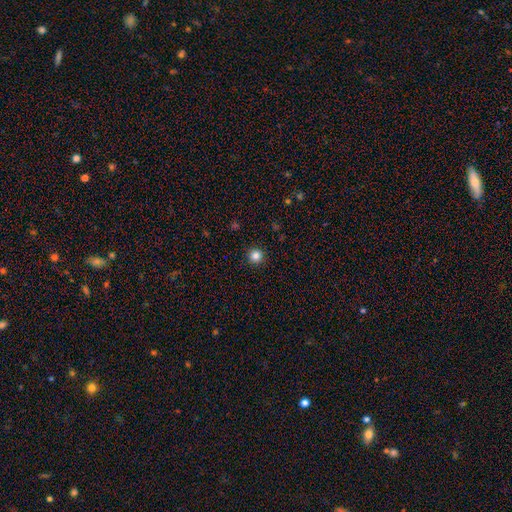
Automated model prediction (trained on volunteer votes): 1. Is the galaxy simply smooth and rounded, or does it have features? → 83% smooth, 12% star or artifact, 4% featured or disk.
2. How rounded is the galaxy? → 96% round, 3% in between, 1% cigar-shaped.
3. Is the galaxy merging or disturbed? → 93% none, 5% minor disturbance, 2% major disturbance, 1% merger.